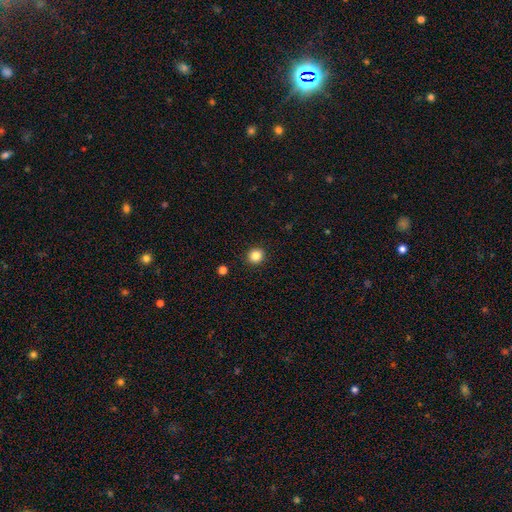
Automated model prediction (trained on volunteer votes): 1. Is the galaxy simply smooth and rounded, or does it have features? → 84% smooth, 11% star or artifact, 4% featured or disk.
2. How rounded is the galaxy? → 91% round, 8% in between, 1% cigar-shaped.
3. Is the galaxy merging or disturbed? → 92% none, 5% minor disturbance, 2% major disturbance, 1% merger.